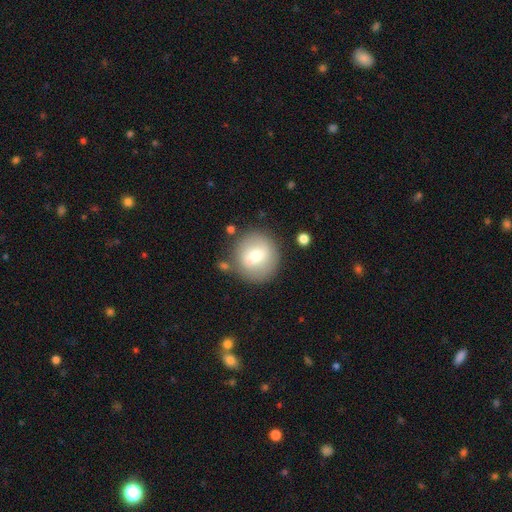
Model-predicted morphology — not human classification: smooth-or-featured: smooth: 66% | featured or disk: 26% | star or artifact: 8%
  how-rounded: round: 93% | in between: 6% | cigar-shaped: 1%
  merging: none: 78% | minor disturbance: 12% | major disturbance: 5% | merger: 5%